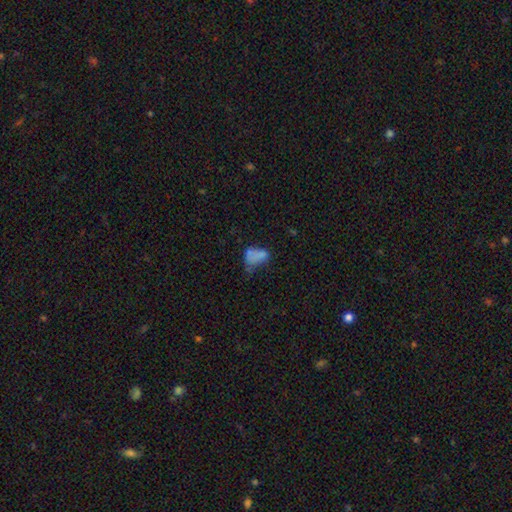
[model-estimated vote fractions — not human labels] Smooth or featured: smooth — 63% (featured or disk — 21%)
How rounded: in between — 84% (round — 14%)
Merging: major disturbance — 27% (merger — 26%)